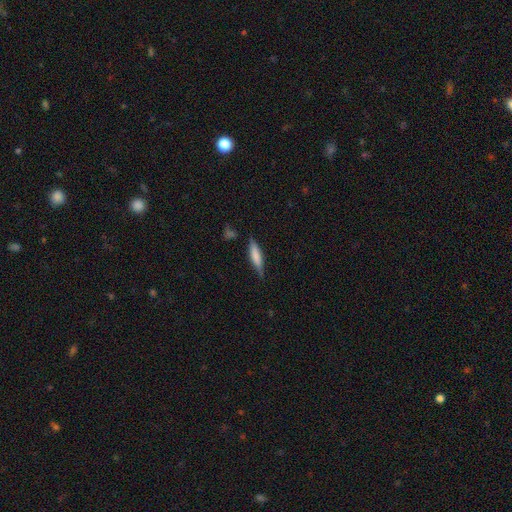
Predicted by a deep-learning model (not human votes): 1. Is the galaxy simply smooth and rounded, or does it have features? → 66% smooth, 27% featured or disk, 6% star or artifact.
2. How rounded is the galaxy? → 75% cigar-shaped, 24% in between, 2% round.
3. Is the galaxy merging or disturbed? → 77% none, 17% minor disturbance, 4% major disturbance, 3% merger.